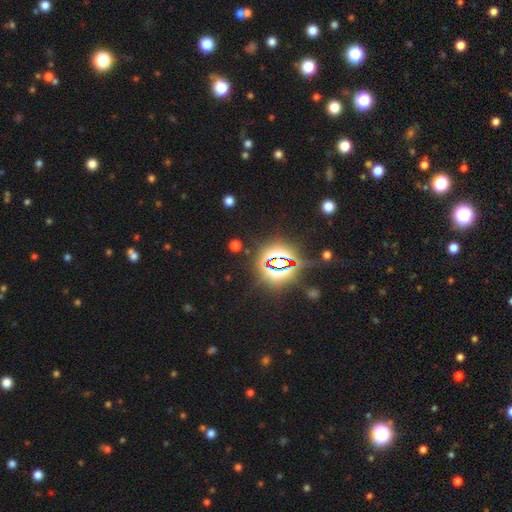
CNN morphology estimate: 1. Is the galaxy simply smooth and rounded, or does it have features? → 81% star or artifact, 12% smooth, 7% featured or disk.